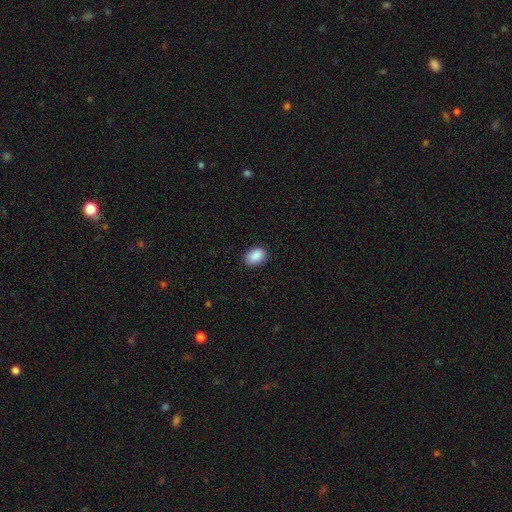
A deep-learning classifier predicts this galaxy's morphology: The model was most divided on "how rounded": in between: 79%, round: 20%, cigar-shaped: 1%. More confident: smooth or featured — smooth (90%); merging — none (86%).